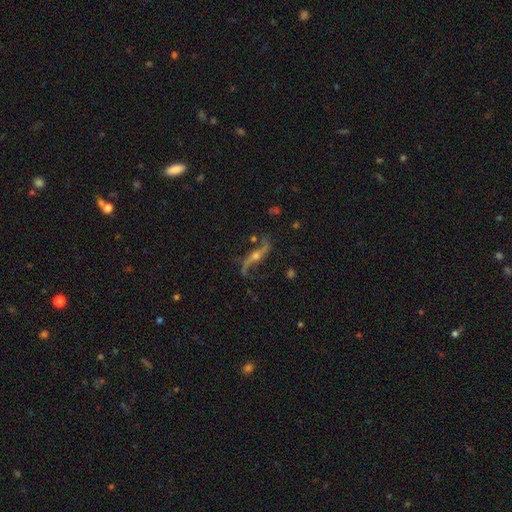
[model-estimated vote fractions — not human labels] Morphology: type=featured or disk (86%); edge-on=no (72%); bar=no (46%); spiral arms=yes (94%); winding=loose (89%); arm count=2 (93%); bulge=moderate (57%); merging=none (73%).